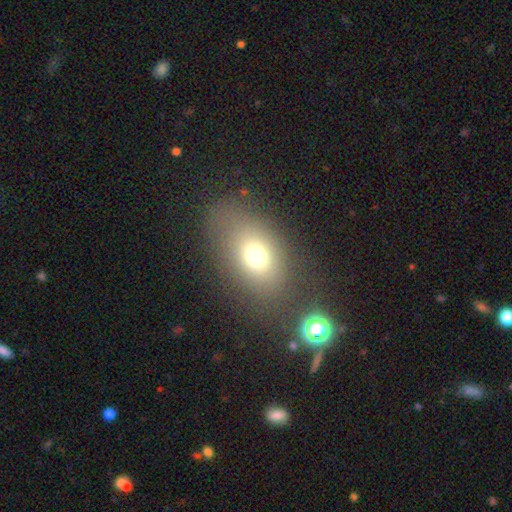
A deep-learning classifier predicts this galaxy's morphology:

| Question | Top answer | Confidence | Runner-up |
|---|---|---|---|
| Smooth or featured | smooth | 70% | featured or disk (16%) |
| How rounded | in between | 73% | round (25%) |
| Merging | none | 70% | minor disturbance (14%) |